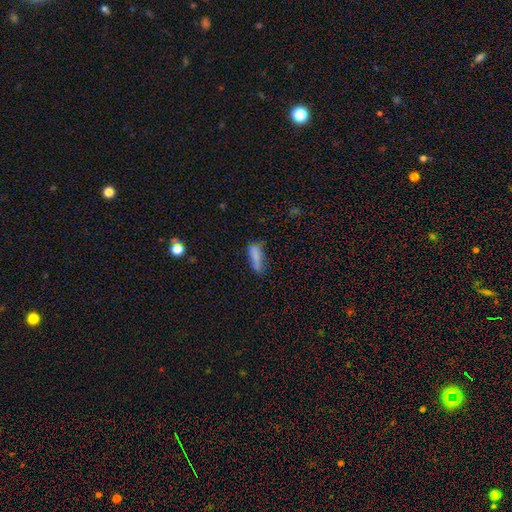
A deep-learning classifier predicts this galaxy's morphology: A smooth galaxy with no disk features (78%) that is cigar-shaped (49%, tied with in between). Merging: none (50%).